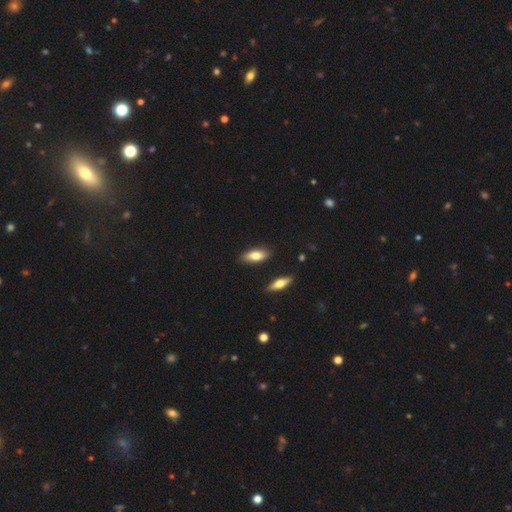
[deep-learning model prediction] The model was most divided on "how rounded": in between: 73%, cigar-shaped: 25%, round: 3%. More confident: merging — none (85%); smooth or featured — smooth (76%).